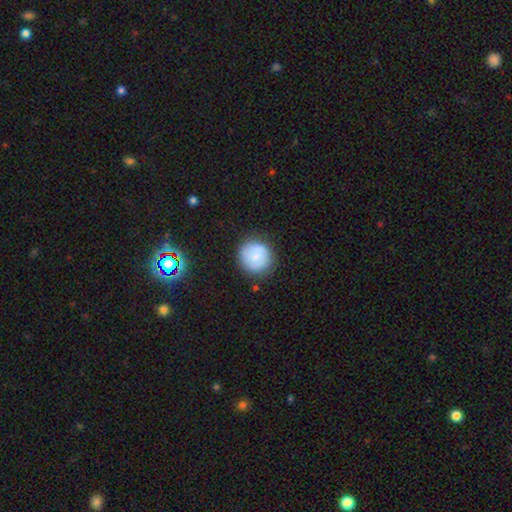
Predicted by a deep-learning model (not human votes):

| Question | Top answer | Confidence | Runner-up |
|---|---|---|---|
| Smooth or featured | smooth | 75% | featured or disk (18%) |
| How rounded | round | 92% | in between (7%) |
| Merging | none | 81% | minor disturbance (14%) |